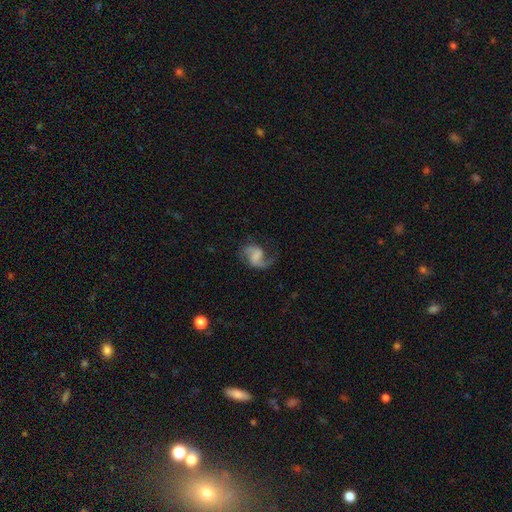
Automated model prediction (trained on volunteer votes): Q: Smooth or featured?
A: featured or disk (79%); runner-up: smooth (14%)
Q: Edge-on disk?
A: no (98%); runner-up: yes (2%)
Q: Bar?
A: weak (46%); runner-up: no (36%)
Q: Spiral arms?
A: yes (95%); runner-up: no (5%)
Q: Spiral winding?
A: loose (54%); runner-up: medium (38%)
Q: Spiral arm count?
A: 2 (83%); runner-up: 1 (11%)
Q: Bulge size?
A: none (55%); runner-up: small (18%)
Q: Merging?
A: none (65%); runner-up: minor disturbance (18%)